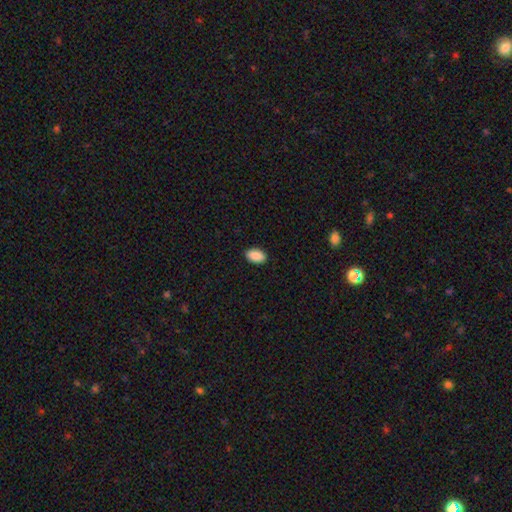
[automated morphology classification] smooth-or-featured: smooth: 90% | star or artifact: 7% | featured or disk: 3%
  how-rounded: in between: 92% | round: 6% | cigar-shaped: 1%
  merging: none: 90% | minor disturbance: 7% | major disturbance: 2% | merger: 1%